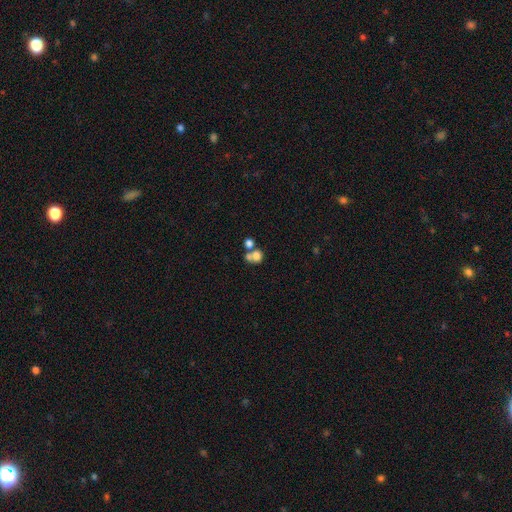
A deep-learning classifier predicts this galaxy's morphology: Overall: smooth (71%). How rounded: round (70%). Merging: merger (56%; none 30%).